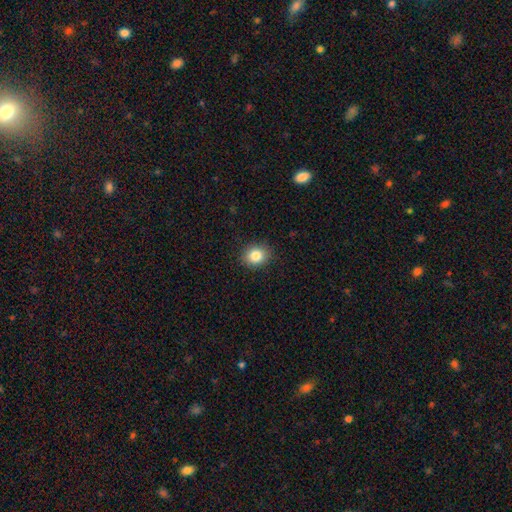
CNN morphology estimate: Smooth or featured: smooth — 84% (star or artifact — 10%)
How rounded: round — 70% (in between — 29%)
Merging: none — 89% (minor disturbance — 8%)